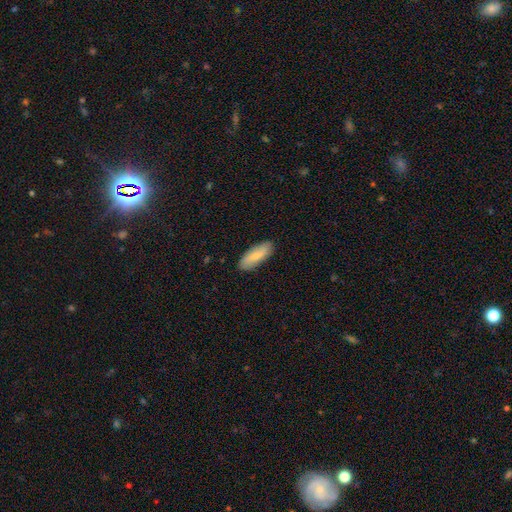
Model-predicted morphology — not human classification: Smooth or featured? smooth (71%)
How rounded? in between (67%)
Merging? none (87%)